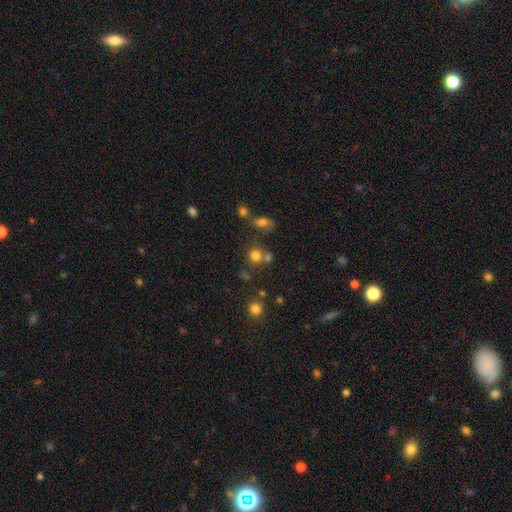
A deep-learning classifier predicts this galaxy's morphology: smooth-or-featured: smooth: 74% | star or artifact: 16% | featured or disk: 9%
  how-rounded: round: 86% | in between: 13% | cigar-shaped: 1%
  merging: none: 58% | merger: 27% | minor disturbance: 10% | major disturbance: 5%